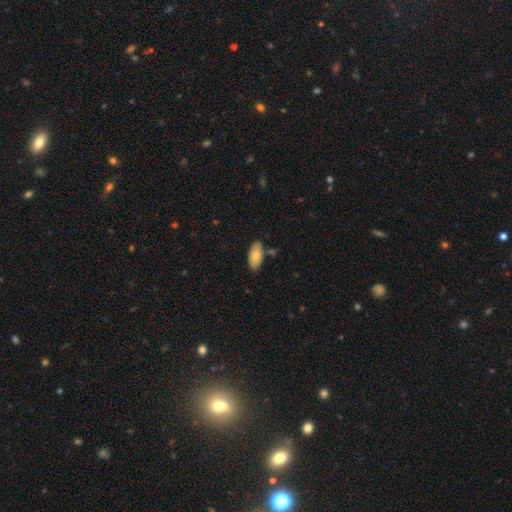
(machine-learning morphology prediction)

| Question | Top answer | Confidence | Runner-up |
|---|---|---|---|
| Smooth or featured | smooth | 80% | featured or disk (13%) |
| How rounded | in between | 92% | cigar-shaped (6%) |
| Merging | none | 81% | minor disturbance (12%) |